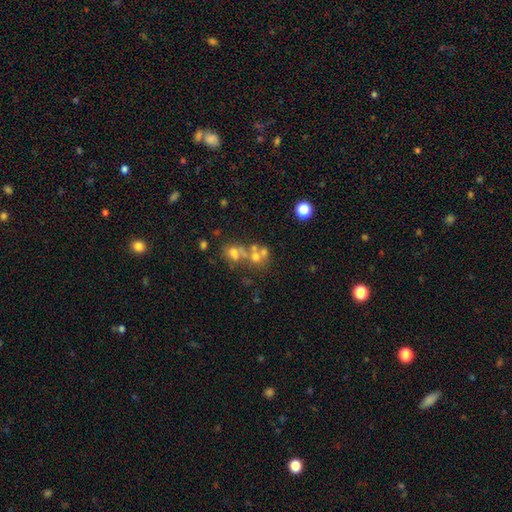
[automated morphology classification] Smooth or featured? Predicted: smooth (p=0.43). Merging? Predicted: merger (p=0.48).